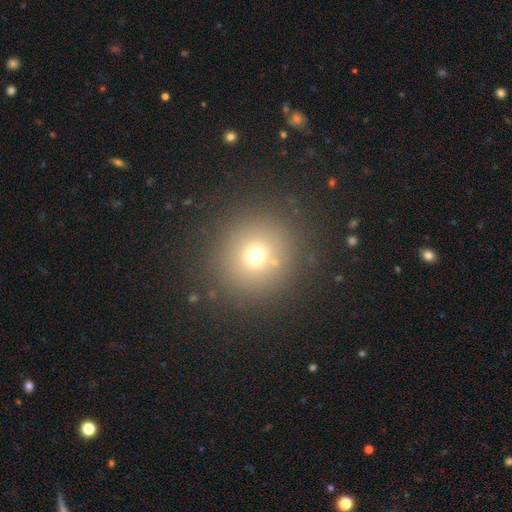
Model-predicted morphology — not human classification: smooth-or-featured: smooth: 68% | star or artifact: 21% | featured or disk: 11%
  how-rounded: round: 93% | in between: 6% | cigar-shaped: 1%
  merging: none: 86% | minor disturbance: 7% | major disturbance: 4% | merger: 3%